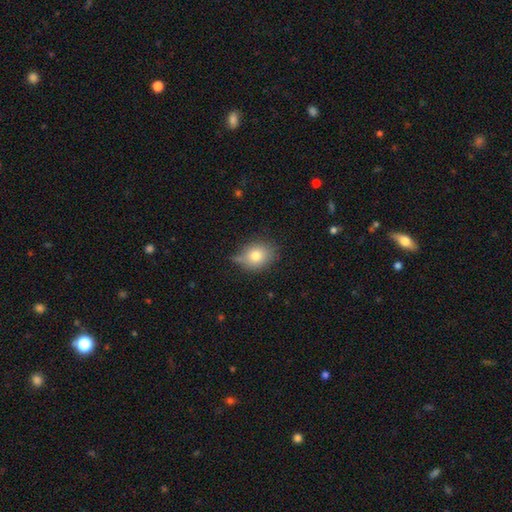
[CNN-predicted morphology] Smooth or featured: smooth — 78% (featured or disk — 12%)
How rounded: round — 53% (in between — 46%)
Merging: none — 62% (minor disturbance — 27%)